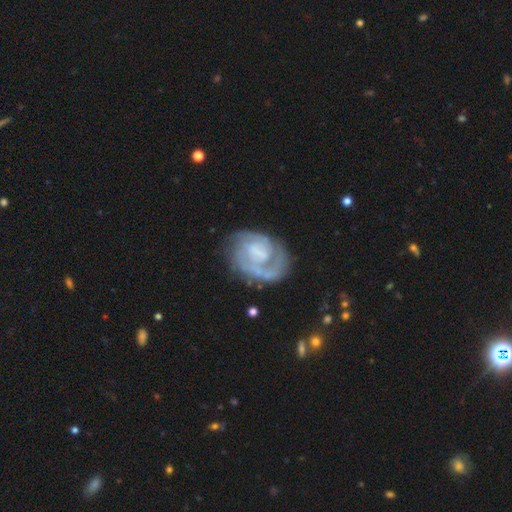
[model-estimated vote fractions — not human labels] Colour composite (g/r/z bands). It shows a featured or disk galaxy (79%) with no bar (56%), 2 (47%) tight (58%) spiral arms (92%) and a small central bulge (31%). Merging: none (68%).